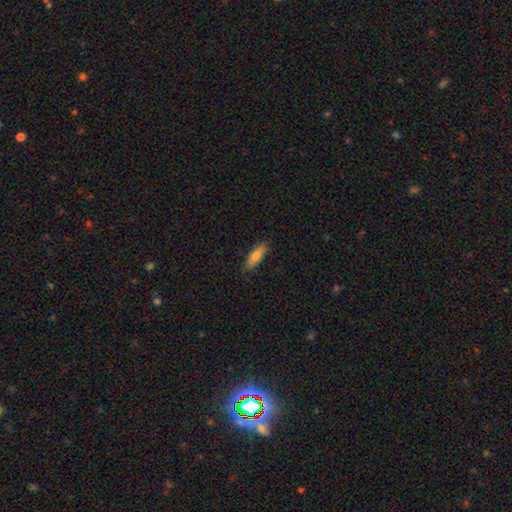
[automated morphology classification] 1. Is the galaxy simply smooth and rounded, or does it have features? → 76% smooth, 18% featured or disk, 6% star or artifact.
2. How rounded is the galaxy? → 56% cigar-shaped, 43% in between, 2% round.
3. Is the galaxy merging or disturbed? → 84% none, 13% minor disturbance, 2% major disturbance, 1% merger.